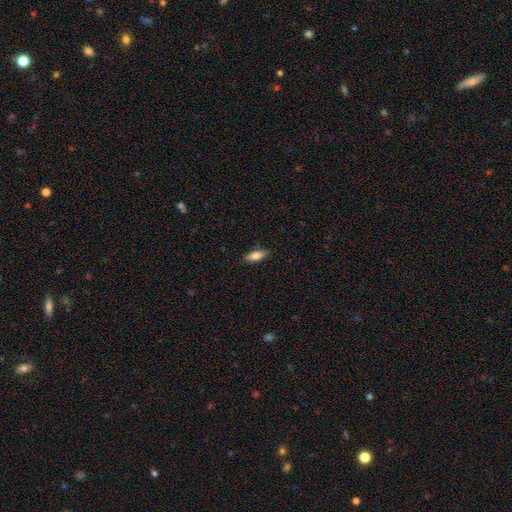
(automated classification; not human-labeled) This is likely a smooth galaxy (79%). How rounded: likely in between (64%). Merging: clearly none (85%).